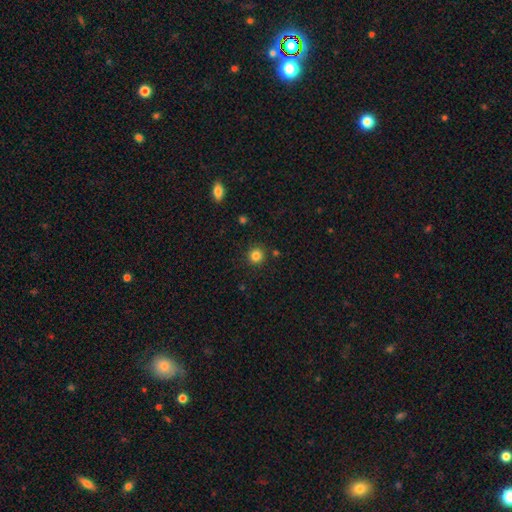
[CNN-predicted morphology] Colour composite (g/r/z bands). It shows a smooth galaxy with no disk features (83%) that is round (94%). Merging: none (90%).